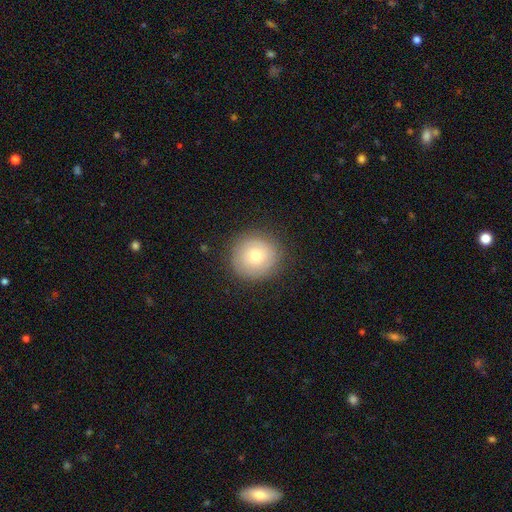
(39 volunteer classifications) Volunteers were most divided on "smooth or featured": smooth: 72%, featured or disk: 28%, star or artifact: 0%. More confident: how rounded — round (96%); merging — none (85%).